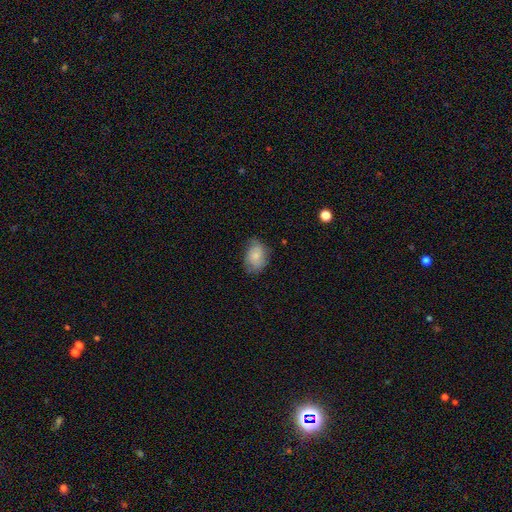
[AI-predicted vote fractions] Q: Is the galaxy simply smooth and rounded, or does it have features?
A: smooth — 71%.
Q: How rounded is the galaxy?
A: in between — 75%.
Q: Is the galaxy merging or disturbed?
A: none — 62%.